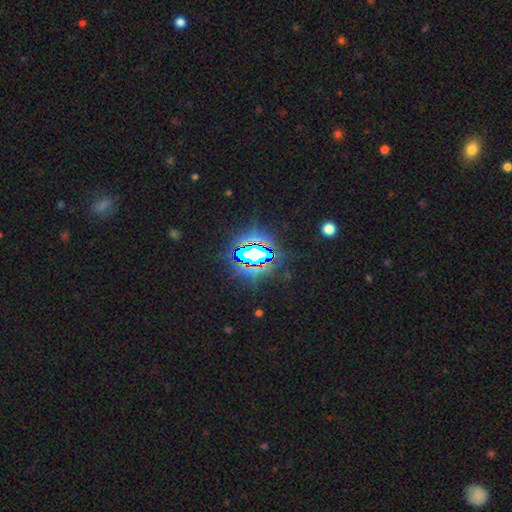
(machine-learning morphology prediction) type=star or artifact (77%).